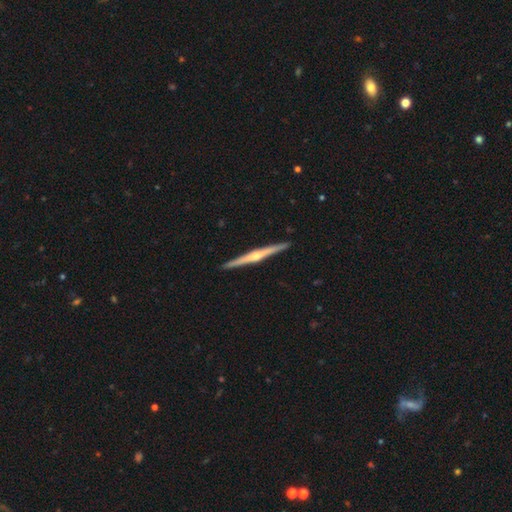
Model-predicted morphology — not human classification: smooth-or-featured: featured or disk: 78% | smooth: 17% | star or artifact: 5%
  disk-edge-on: yes: 98% | no: 2%
    edge-on-bulge: rounded: 87% | none: 9% | boxy: 4%
  merging: none: 93% | minor disturbance: 5% | major disturbance: 1% | merger: 1%